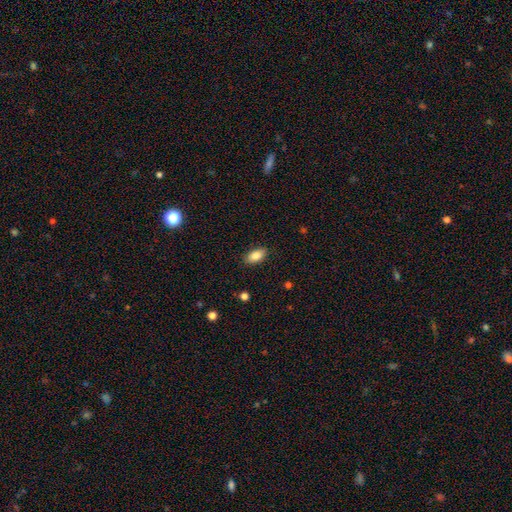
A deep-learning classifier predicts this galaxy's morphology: Smooth or featured?
  - smooth: 85% *
  - star or artifact: 7%
  - featured or disk: 7%
How rounded?
  - in between: 92% *
  - cigar-shaped: 5%
  - round: 4%
Merging?
  - none: 88% *
  - minor disturbance: 9%
  - major disturbance: 2%
  - merger: 1%